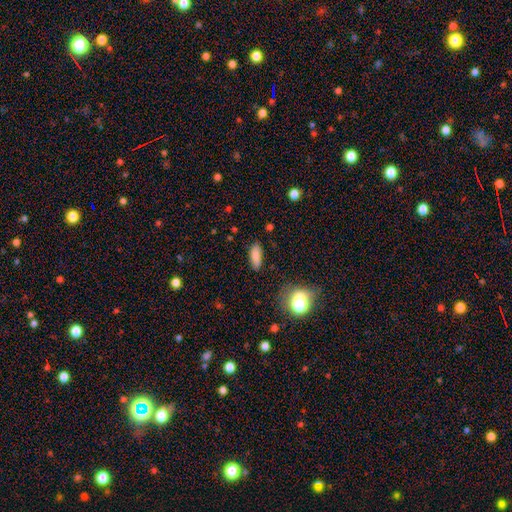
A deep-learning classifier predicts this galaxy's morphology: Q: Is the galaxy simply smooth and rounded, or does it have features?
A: smooth — 82%.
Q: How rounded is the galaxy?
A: in between — 75%.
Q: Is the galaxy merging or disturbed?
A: none — 83%.